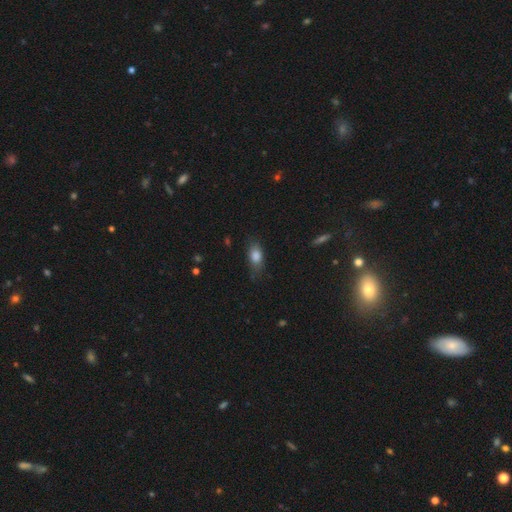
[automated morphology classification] This appears to be a smooth galaxy with no disk features (81%) that is in between round and cigar-shaped (82%). Merging: none (72%).